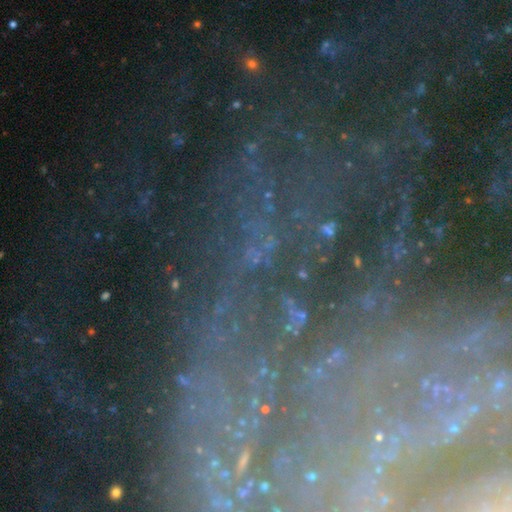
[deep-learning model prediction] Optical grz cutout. It shows a star or artifact, not a galaxy (68%).